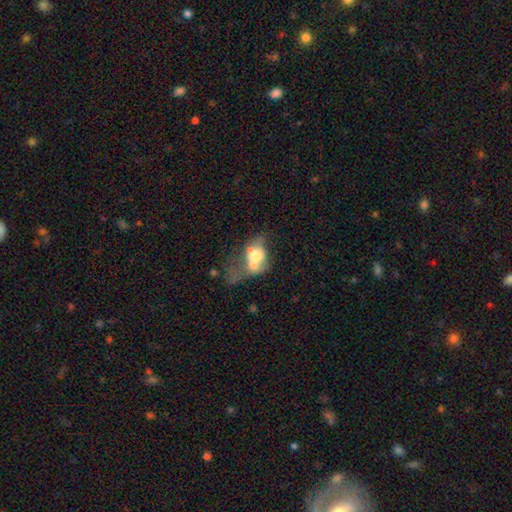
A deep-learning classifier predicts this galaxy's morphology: type=smooth (52%); roundness=in between (56%); merging=merger (59%).